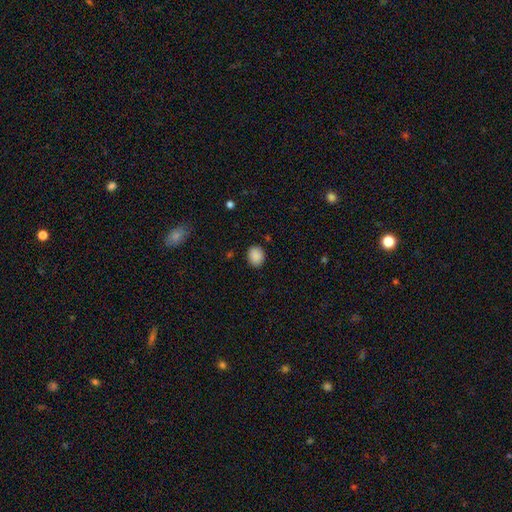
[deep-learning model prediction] smooth 88%, star or artifact 9%, featured or disk 3%. Down the decision tree: how rounded — round (57%); merging — none (85%).